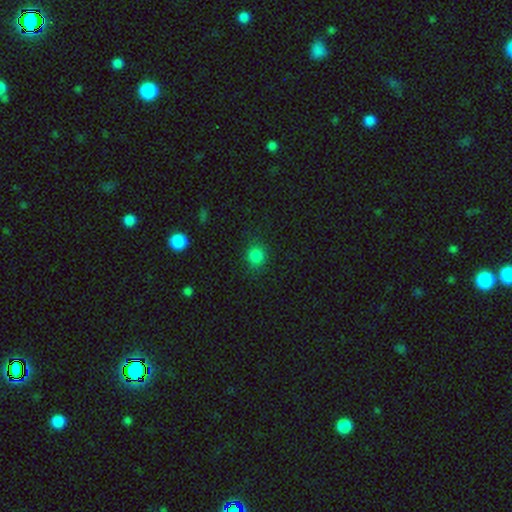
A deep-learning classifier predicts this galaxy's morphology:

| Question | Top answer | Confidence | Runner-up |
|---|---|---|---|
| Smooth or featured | smooth | 84% | star or artifact (13%) |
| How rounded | round | 85% | in between (14%) |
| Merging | none | 86% | minor disturbance (9%) |